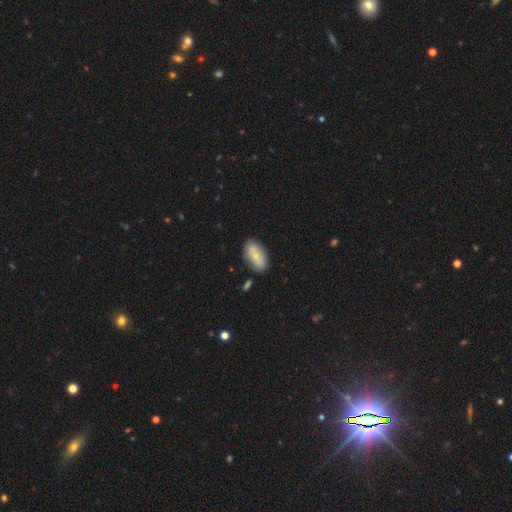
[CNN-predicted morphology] smooth-or-featured: smooth: 63% | featured or disk: 31% | star or artifact: 7%
  how-rounded: in between: 92% | round: 5% | cigar-shaped: 3%
  merging: none: 78% | minor disturbance: 13% | merger: 5% | major disturbance: 3%